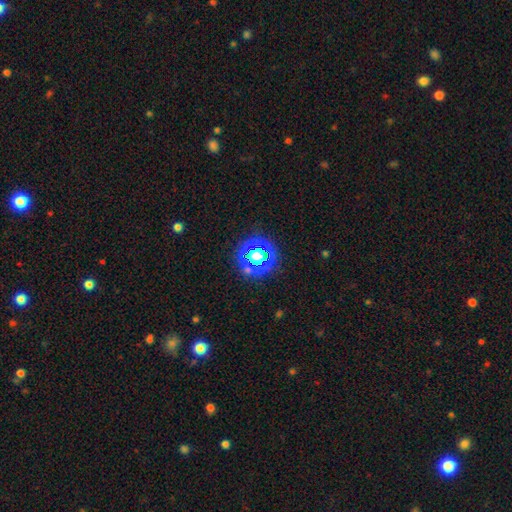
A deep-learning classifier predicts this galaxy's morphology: A star or artifact, not a galaxy (58%).